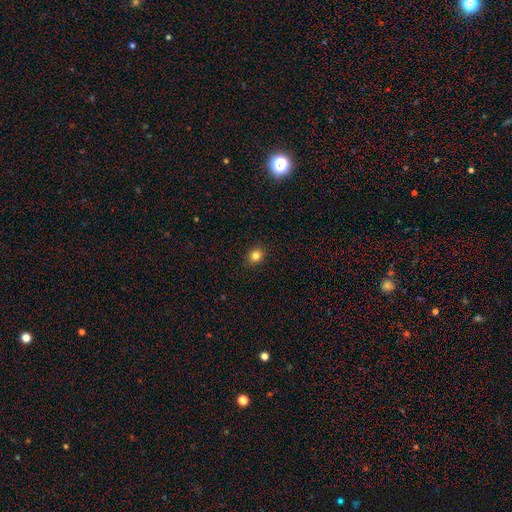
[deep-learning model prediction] Overall: smooth (82%). How rounded: round (75%). Merging: none (91%).